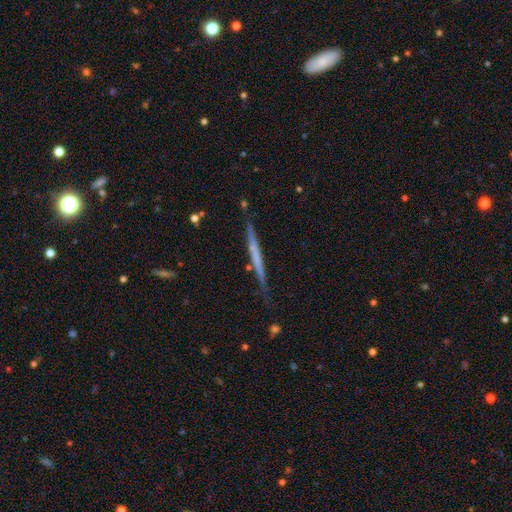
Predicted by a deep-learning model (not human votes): Overall: featured or disk (56%; smooth 38%). Edge-on disk: yes (97%). Edge-on bulge: none (85%). Merging: none (84%).